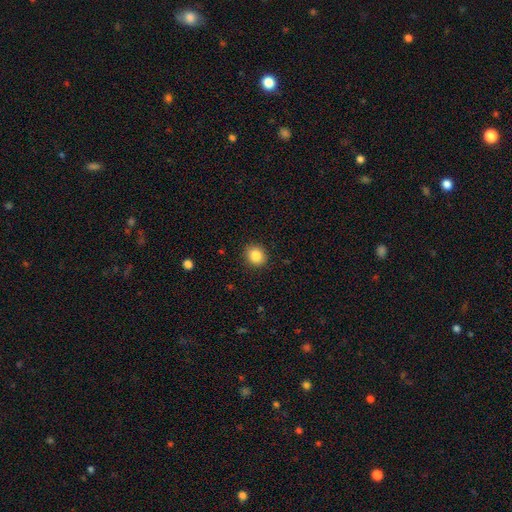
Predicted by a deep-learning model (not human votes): smooth-or-featured: smooth: 86% | star or artifact: 9% | featured or disk: 4%
  how-rounded: round: 84% | in between: 15% | cigar-shaped: 1%
  merging: none: 91% | minor disturbance: 6% | major disturbance: 2% | merger: 1%